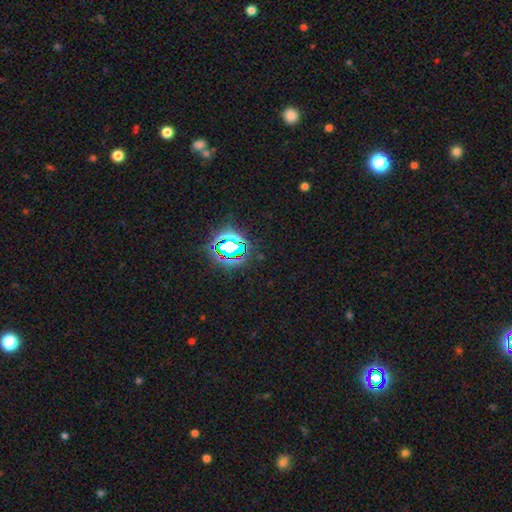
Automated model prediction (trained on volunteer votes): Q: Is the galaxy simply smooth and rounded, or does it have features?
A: star or artifact — 79%.